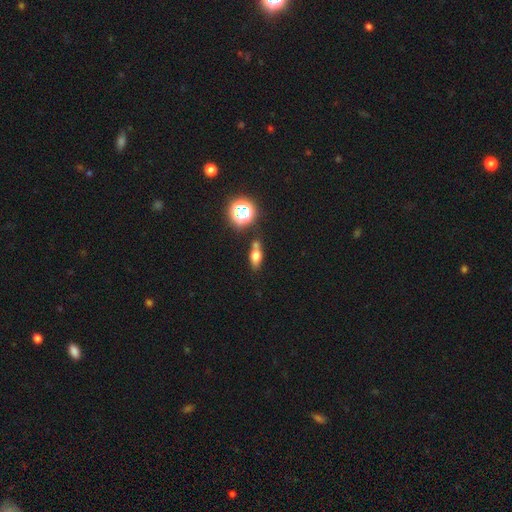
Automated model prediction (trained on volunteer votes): smooth 64%, featured or disk 19%, star or artifact 17%. Down the decision tree: how rounded — in between (65%); merging — none (59%).